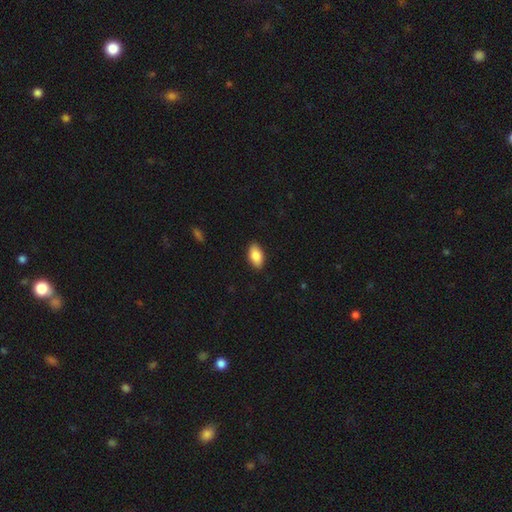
This is clearly a smooth galaxy (84%). How rounded: clearly in between (88%). Merging: likely none (78%).